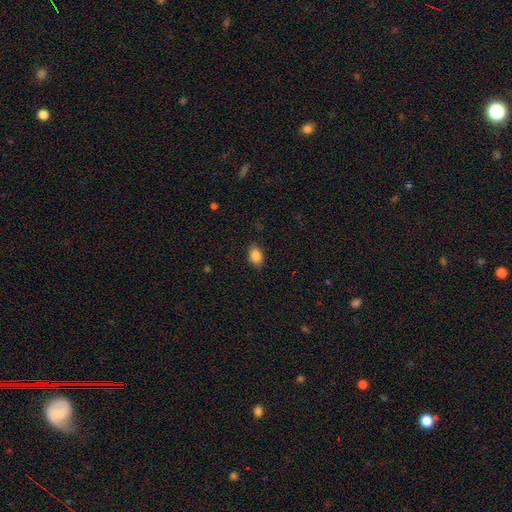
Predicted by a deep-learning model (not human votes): The model was most divided on "how rounded": in between: 81%, round: 18%, cigar-shaped: 1%. More confident: smooth or featured — smooth (86%); merging — none (85%).